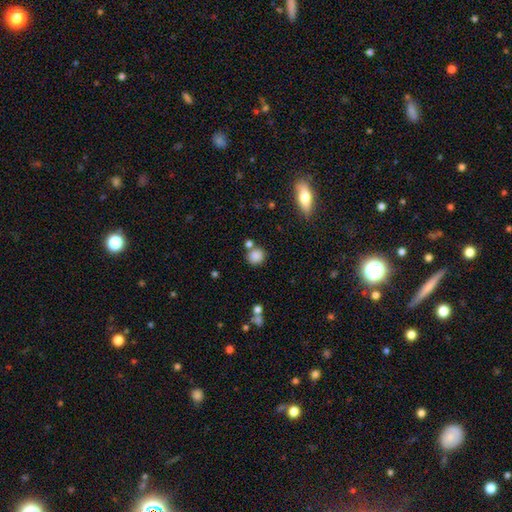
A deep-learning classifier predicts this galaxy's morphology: type=smooth (84%); roundness=round (84%); merging=none (69%).